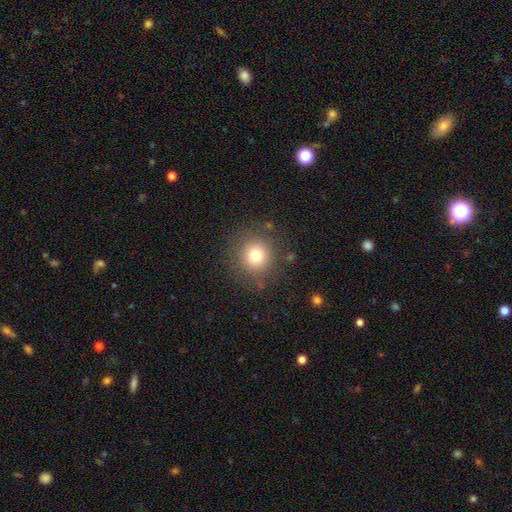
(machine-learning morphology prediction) Smooth or featured? smooth (76%)
How rounded? round (92%)
Merging? none (85%)